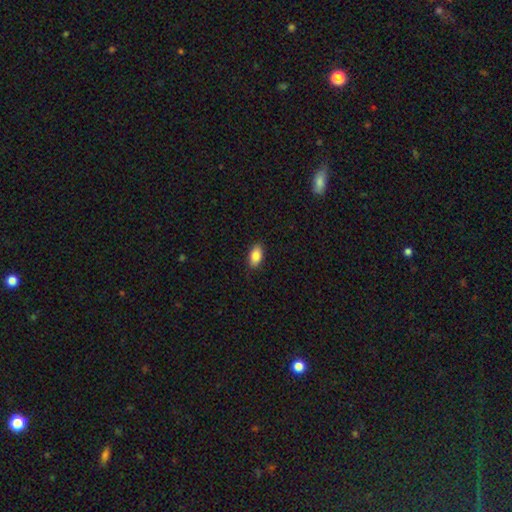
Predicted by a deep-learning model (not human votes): Q: Smooth or featured?
A: smooth (87%); runner-up: star or artifact (7%)
Q: How rounded?
A: in between (92%); runner-up: round (4%)
Q: Merging?
A: none (88%); runner-up: minor disturbance (9%)